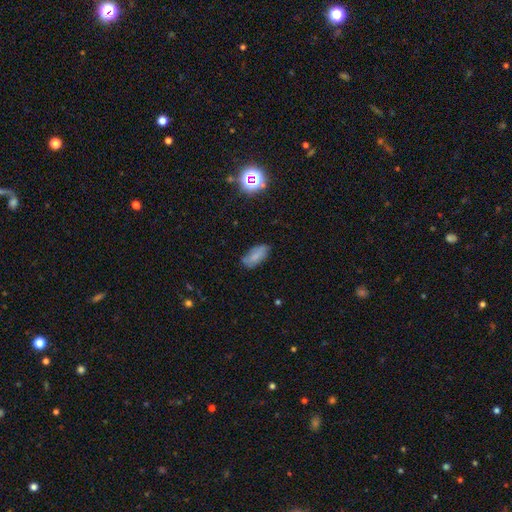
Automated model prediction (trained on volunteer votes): Morphology: type=smooth (72%); roundness=in between (89%); merging=none (68%).